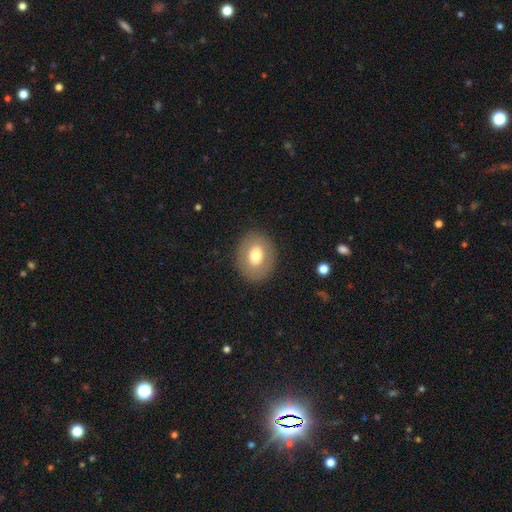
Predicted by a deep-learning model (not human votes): smooth-or-featured: smooth: 69% | featured or disk: 23% | star or artifact: 8%
  how-rounded: round: 50% | in between: 49% | cigar-shaped: 1%
  merging: none: 87% | minor disturbance: 8% | major disturbance: 4% | merger: 1%